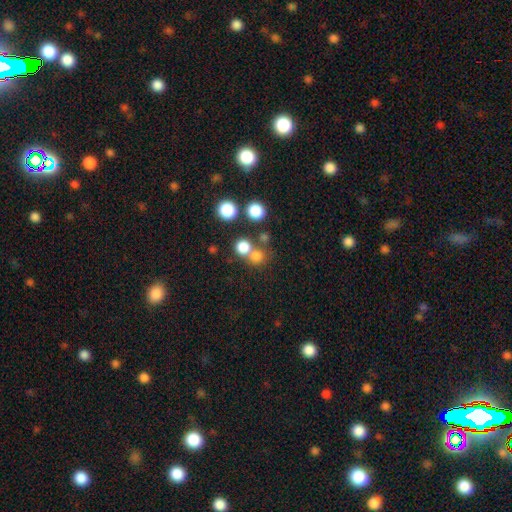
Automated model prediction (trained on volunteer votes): Smooth or featured? Predicted: smooth (p=0.75). How rounded? Predicted: round (p=0.89). Merging? Predicted: none (p=0.58).